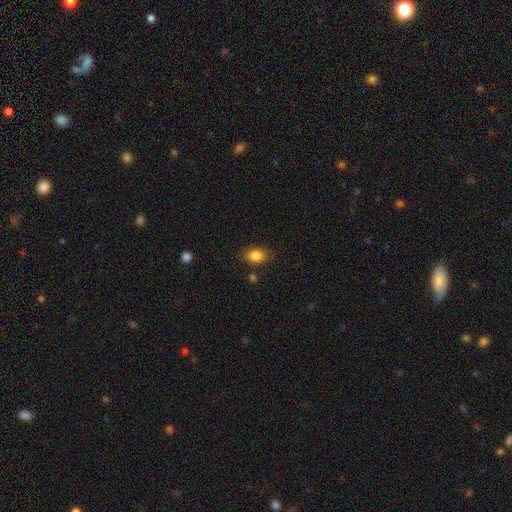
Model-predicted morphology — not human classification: Smooth or featured?
  - smooth: 84% *
  - star or artifact: 9%
  - featured or disk: 6%
How rounded?
  - in between: 78% *
  - round: 20%
  - cigar-shaped: 2%
Merging?
  - none: 83% *
  - minor disturbance: 12%
  - major disturbance: 3%
  - merger: 3%